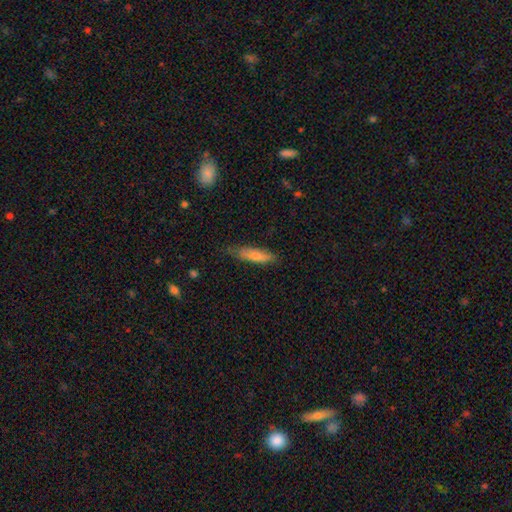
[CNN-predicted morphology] type=smooth (76%); roundness=cigar-shaped (66%); merging=none (72%).